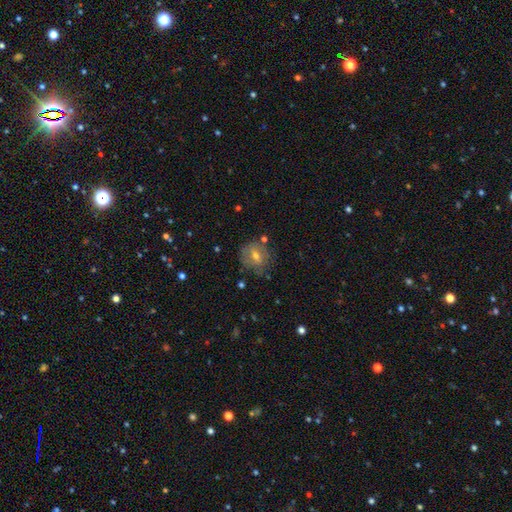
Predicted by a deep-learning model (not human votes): Smooth or featured? Predicted: smooth (p=0.51). How rounded? Predicted: round (p=0.74). Merging? Predicted: none (p=0.65).